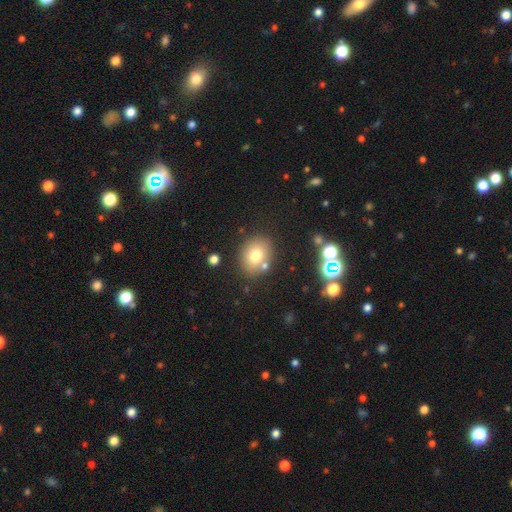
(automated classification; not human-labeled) smooth_or_featured: smooth (p=0.74) [alt: featured or disk p=0.13]
how_rounded: round (p=0.58) [alt: in between p=0.41]
merging: none (p=0.77) [alt: minor disturbance p=0.11]